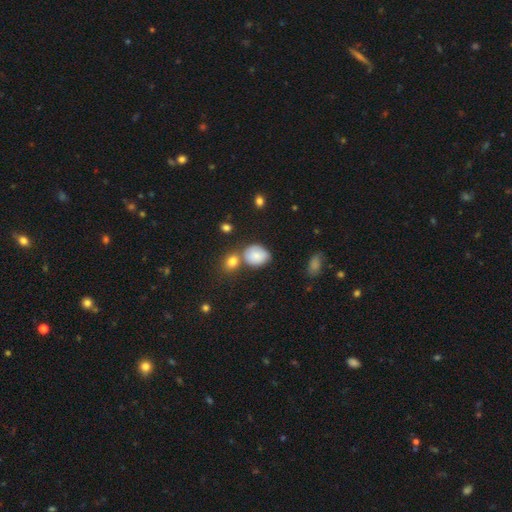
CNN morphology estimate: Smooth or featured: smooth — 82% (featured or disk — 9%)
How rounded: in between — 58% (round — 41%)
Merging: none — 55% (minor disturbance — 21%)